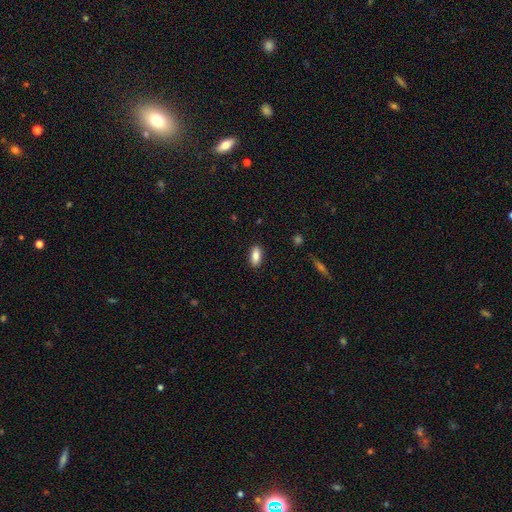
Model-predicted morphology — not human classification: smooth-or-featured: smooth: 86% | star or artifact: 7% | featured or disk: 7%
  how-rounded: in between: 89% | cigar-shaped: 8% | round: 3%
  merging: none: 89% | minor disturbance: 8% | major disturbance: 2% | merger: 1%